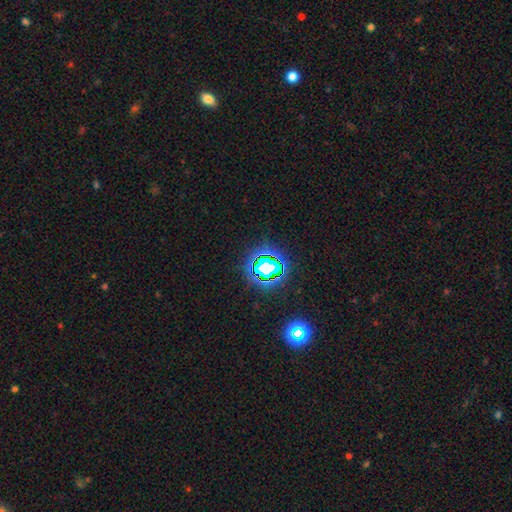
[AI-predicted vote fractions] This is likely a star or artifact rather than a galaxy (78%).